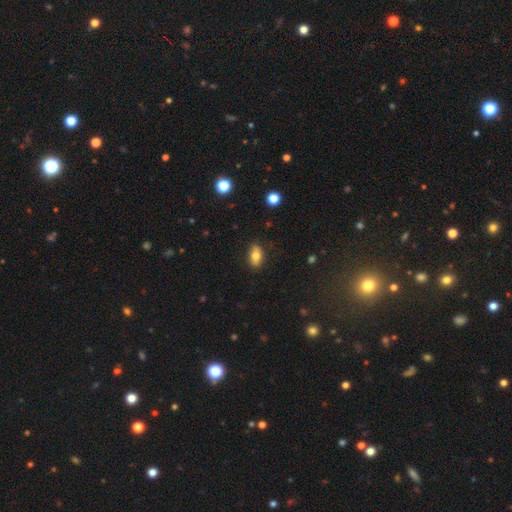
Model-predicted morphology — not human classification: smooth-or-featured: smooth: 74% | featured or disk: 17% | star or artifact: 9%
  how-rounded: in between: 85% | round: 9% | cigar-shaped: 5%
  merging: none: 83% | minor disturbance: 13% | major disturbance: 3% | merger: 1%